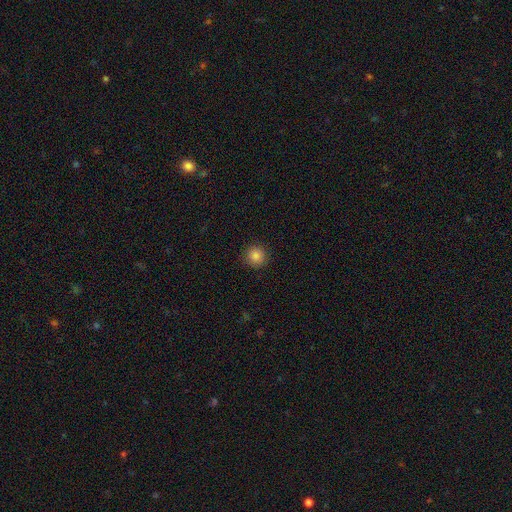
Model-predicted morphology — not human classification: smooth 85%, star or artifact 11%, featured or disk 5%. Down the decision tree: how rounded — round (95%); merging — none (91%).